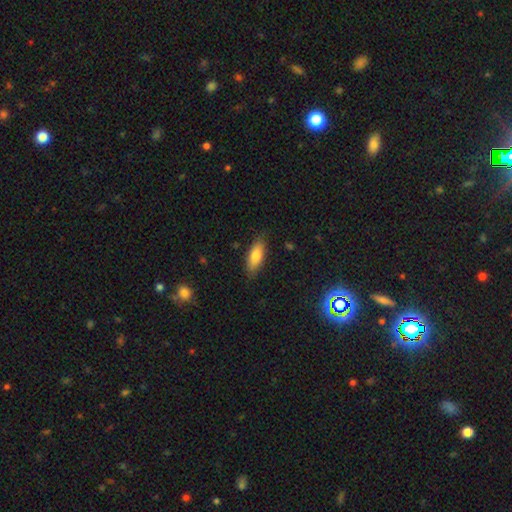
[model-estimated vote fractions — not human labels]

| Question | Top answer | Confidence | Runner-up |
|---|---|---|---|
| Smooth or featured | smooth | 80% | featured or disk (14%) |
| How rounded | in between | 75% | cigar-shaped (23%) |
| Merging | none | 84% | minor disturbance (13%) |